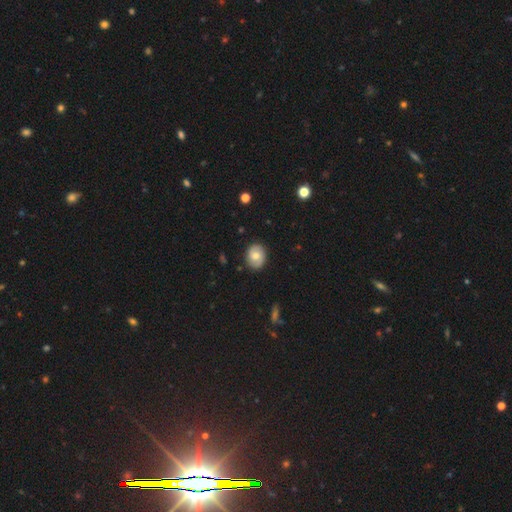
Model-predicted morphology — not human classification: smooth_or_featured: smooth (p=0.54) [alt: featured or disk p=0.39]
how_rounded: in between (p=0.50) [alt: round p=0.48]
merging: none (p=0.85) [alt: minor disturbance p=0.11]